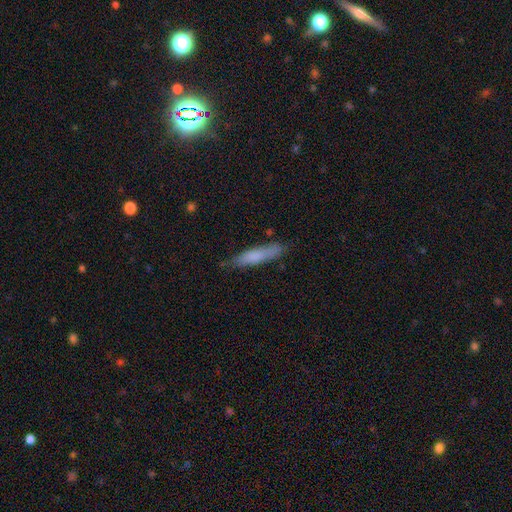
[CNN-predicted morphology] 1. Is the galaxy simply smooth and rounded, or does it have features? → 75% smooth, 19% featured or disk, 6% star or artifact.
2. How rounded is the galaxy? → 84% cigar-shaped, 15% in between, 1% round.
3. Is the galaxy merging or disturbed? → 77% none, 18% minor disturbance, 3% major disturbance, 2% merger.